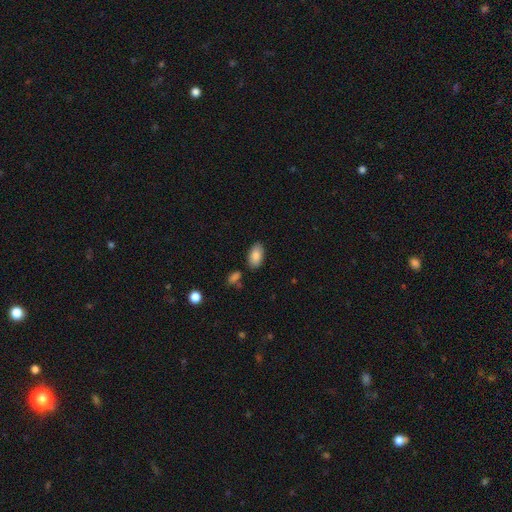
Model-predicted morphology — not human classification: Smooth or featured? Predicted: smooth (p=0.85). How rounded? Predicted: in between (p=0.94). Merging? Predicted: none (p=0.84).